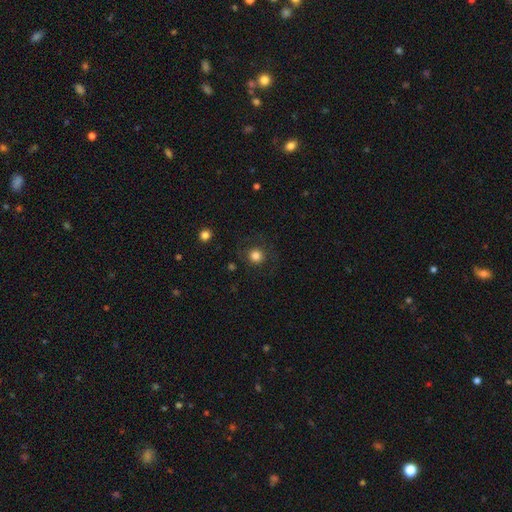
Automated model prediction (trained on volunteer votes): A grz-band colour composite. It shows a smooth galaxy with no disk features (82%) that is round (93%). Merging: none (82%).